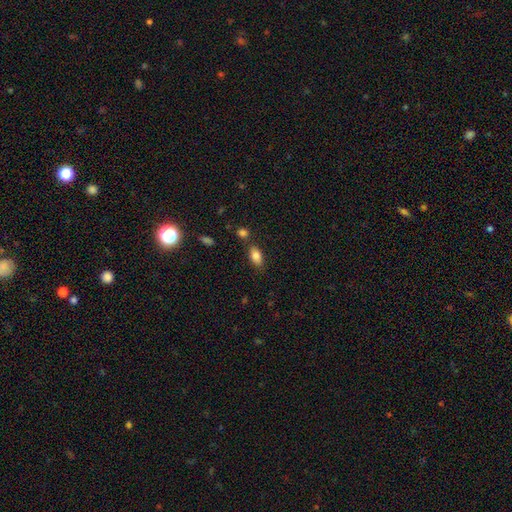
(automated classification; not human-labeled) This appears to be a smooth galaxy with no disk features (81%) that is in between round and cigar-shaped (89%). Merging: none (75%).